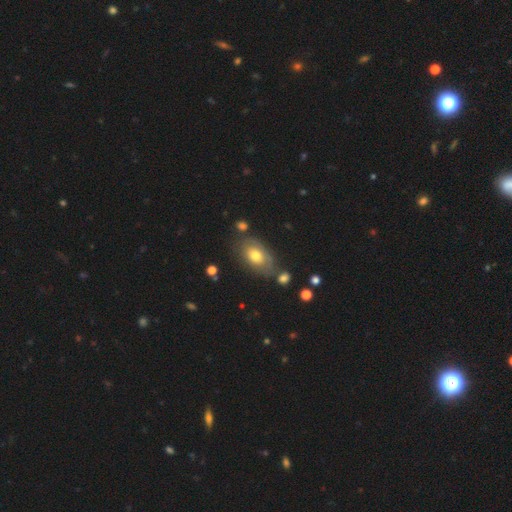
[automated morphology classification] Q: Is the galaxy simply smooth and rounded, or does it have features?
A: smooth — 58%.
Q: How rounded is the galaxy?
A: in between — 88%.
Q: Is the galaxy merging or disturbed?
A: none — 61%.